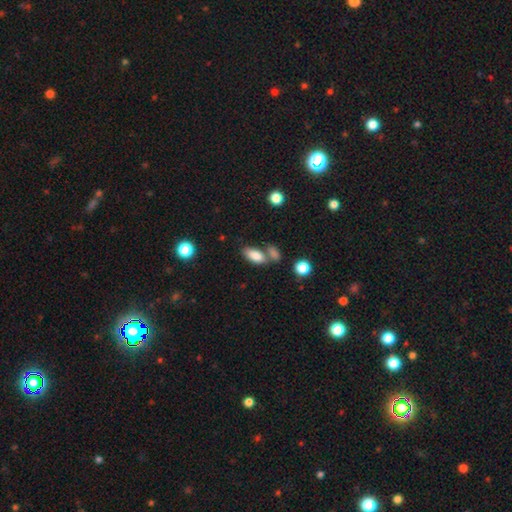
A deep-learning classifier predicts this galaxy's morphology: A smooth galaxy with no disk features (83%) that is in between round and cigar-shaped (89%).

Vote fractions:
- Smooth or featured? smooth: 83% / featured or disk: 9% / star or artifact: 8%
- How rounded? in between: 89% / cigar-shaped: 8% / round: 4%
- Merging? none: 48% / merger: 35% / minor disturbance: 12% / major disturbance: 5%